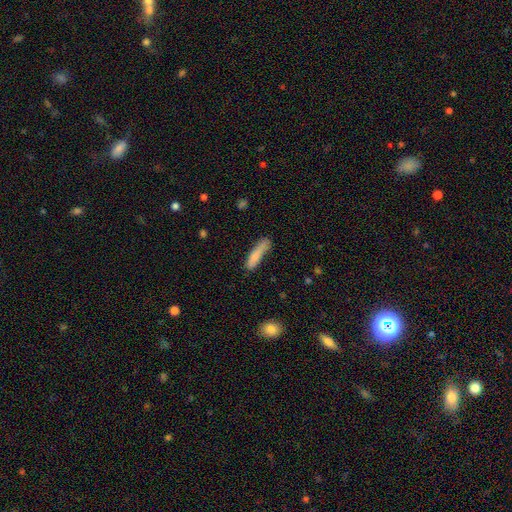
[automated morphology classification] Overall: smooth (79%). How rounded: cigar-shaped (83%). Merging: none (60%; minor disturbance 25%).